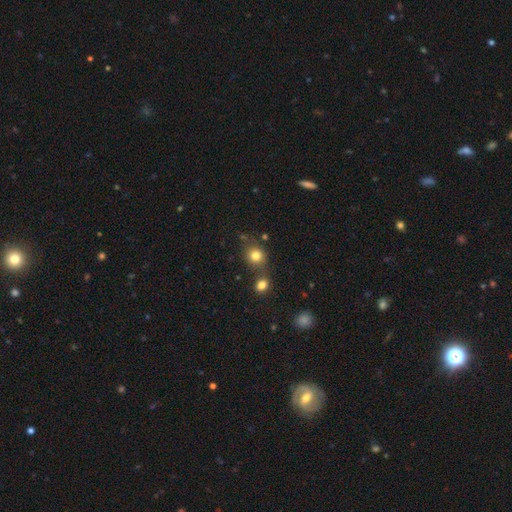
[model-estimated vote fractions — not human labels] This is likely a smooth galaxy (80%). How rounded: clearly round (81%). Merging: likely none (65%).